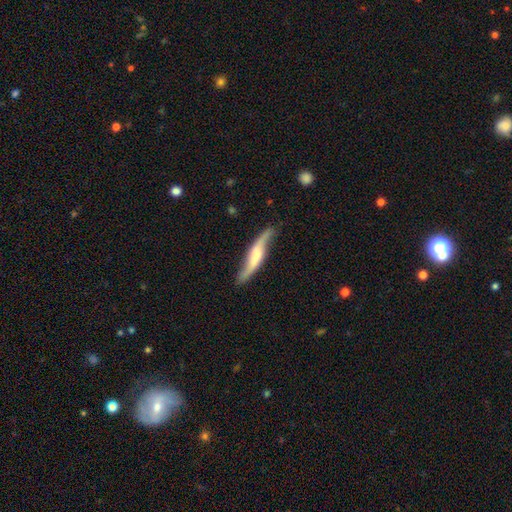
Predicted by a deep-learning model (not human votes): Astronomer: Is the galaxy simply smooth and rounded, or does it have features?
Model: featured or disk — 71%.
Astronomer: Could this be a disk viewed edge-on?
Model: no — 58% (runner-up: yes, 42%).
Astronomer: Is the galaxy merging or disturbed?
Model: none — 73%.